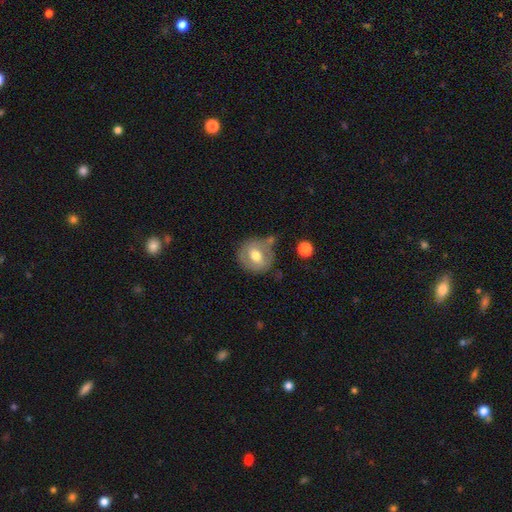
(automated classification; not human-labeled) This appears to be a smooth galaxy with no disk features (55%) that is round (84%). Merging: none (65%).